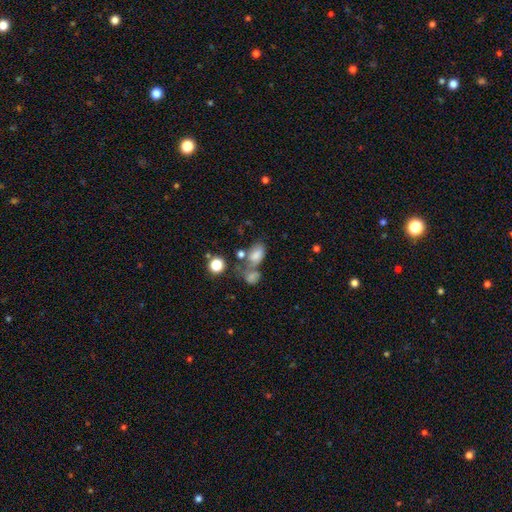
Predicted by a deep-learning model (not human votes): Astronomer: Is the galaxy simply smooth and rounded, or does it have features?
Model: smooth — 71%.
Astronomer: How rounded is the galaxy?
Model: in between — 85%.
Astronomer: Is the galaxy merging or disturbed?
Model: merger — 36%, tied with none at 36%.